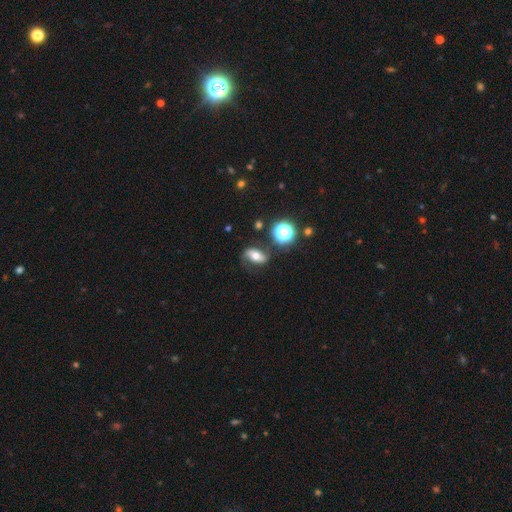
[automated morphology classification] A featured or disk galaxy (45%).

Vote fractions:
- Smooth or featured? featured or disk: 45% / smooth: 41% / star or artifact: 14%
- Merging? none: 66% / minor disturbance: 20% / major disturbance: 10% / merger: 4%